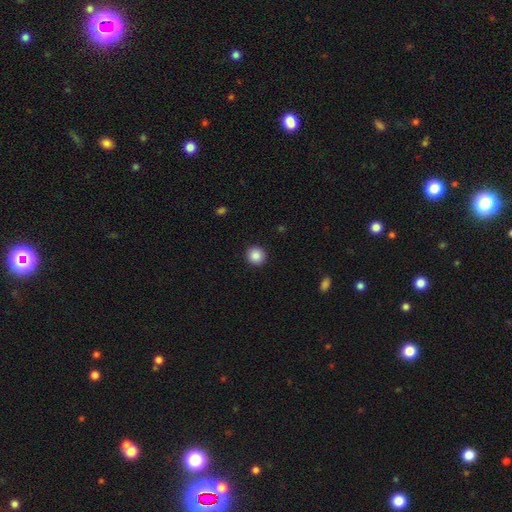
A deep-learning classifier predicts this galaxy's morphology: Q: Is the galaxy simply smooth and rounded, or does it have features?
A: smooth — 87%.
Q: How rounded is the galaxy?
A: round — 93%.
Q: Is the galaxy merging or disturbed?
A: none — 93%.